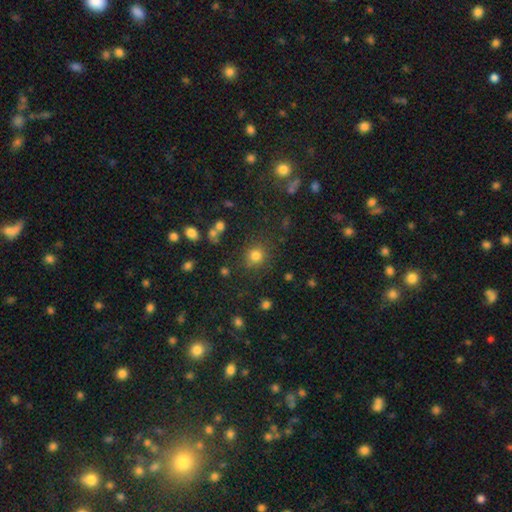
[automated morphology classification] type=smooth (79%); roundness=round (88%); merging=none (83%).